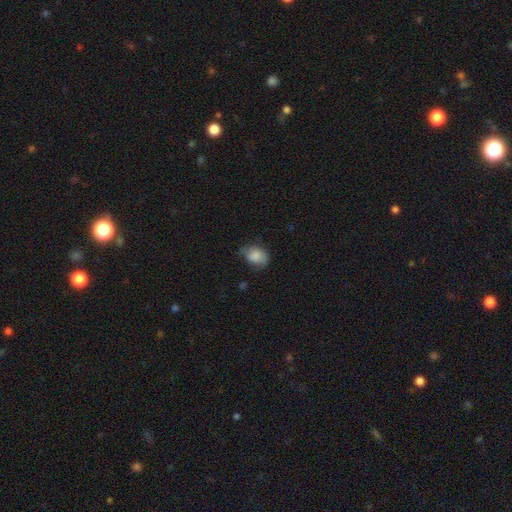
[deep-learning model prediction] This is clearly a smooth galaxy (83%). How rounded: likely in between (68%). Merging: possibly none (53%).